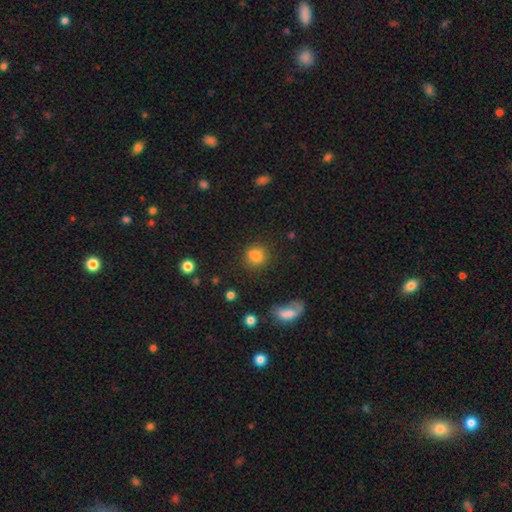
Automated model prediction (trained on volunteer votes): This appears to be a smooth galaxy with no disk features (81%) that is round (71%). Merging: none (74%).